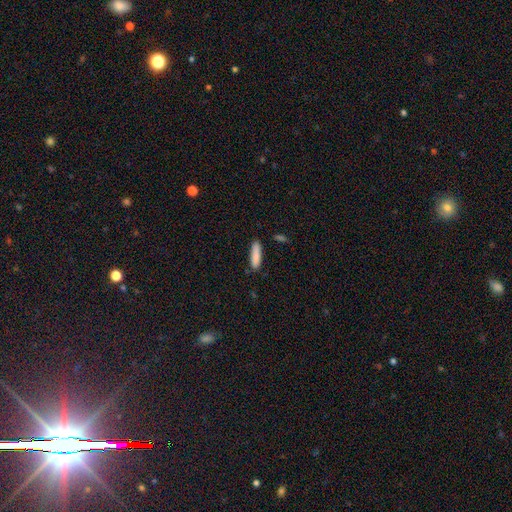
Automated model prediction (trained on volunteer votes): Smooth or featured: smooth — 86% (featured or disk — 7%)
How rounded: cigar-shaped — 72% (in between — 27%)
Merging: none — 84% (minor disturbance — 12%)